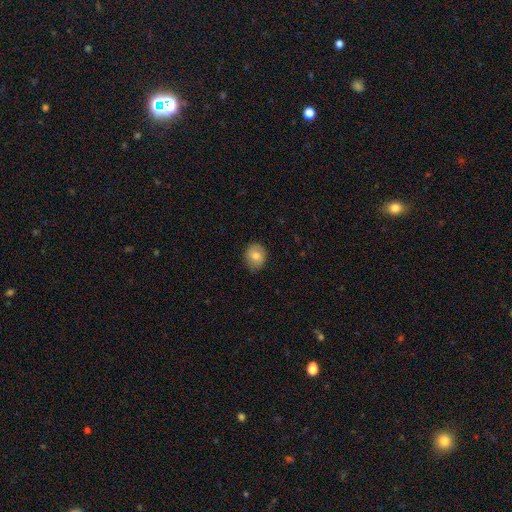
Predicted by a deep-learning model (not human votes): The model was most divided on "how rounded": round: 67%, in between: 32%, cigar-shaped: 1%. More confident: smooth or featured — smooth (79%); merging — none (75%).